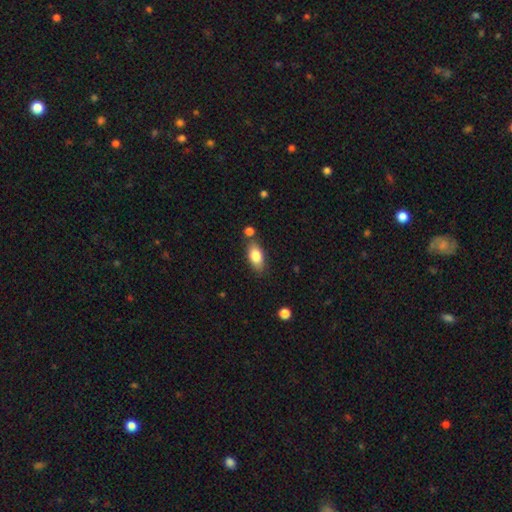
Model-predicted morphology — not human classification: Smooth or featured?
  - smooth: 81% *
  - featured or disk: 12%
  - star or artifact: 7%
How rounded?
  - in between: 88% *
  - cigar-shaped: 8%
  - round: 5%
Merging?
  - none: 76% *
  - minor disturbance: 13%
  - merger: 8%
  - major disturbance: 3%